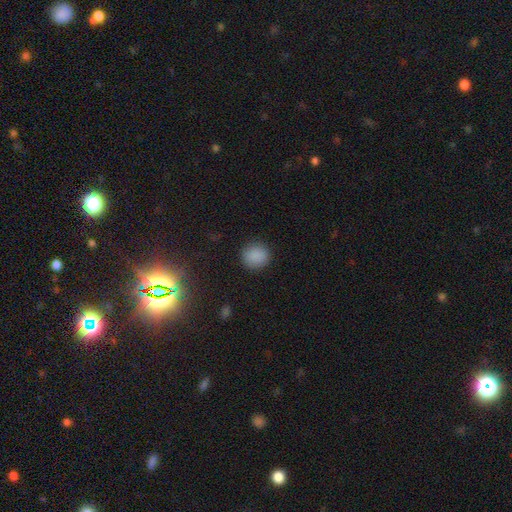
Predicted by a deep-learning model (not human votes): smooth 87%, star or artifact 10%, featured or disk 3%. Down the decision tree: how rounded — round (89%); merging — none (90%).